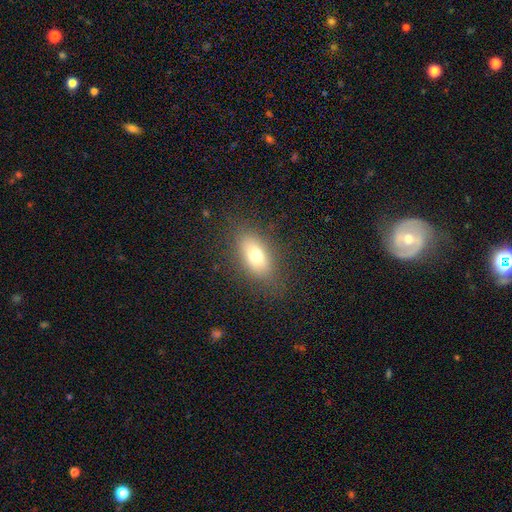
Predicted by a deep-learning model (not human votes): smooth-or-featured: smooth: 71% | featured or disk: 19% | star or artifact: 10%
  how-rounded: in between: 83% | cigar-shaped: 9% | round: 8%
  merging: none: 81% | minor disturbance: 13% | major disturbance: 5% | merger: 1%